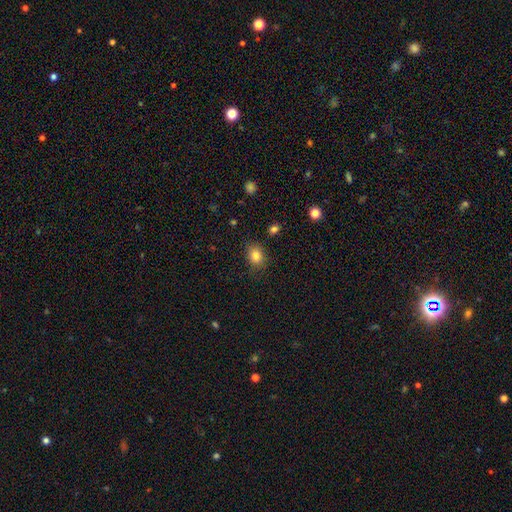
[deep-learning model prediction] The model was most divided on "how rounded": in between: 50%, round: 49%, cigar-shaped: 1%. More confident: smooth or featured — smooth (83%); merging — none (82%).